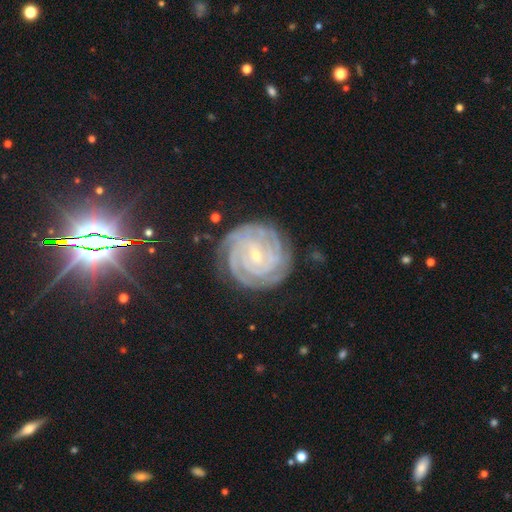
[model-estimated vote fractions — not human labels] Smooth or featured? Predicted: featured or disk (p=0.89). Edge-on disk? Predicted: no (p=0.98). Bar? Predicted: no (p=0.47). Spiral arms? Predicted: yes (p=0.98). Spiral winding? Predicted: tight (p=0.87). Spiral arm count? Predicted: 4 (p=0.28). Bulge size? Predicted: small (p=0.78). Merging? Predicted: none (p=0.81).